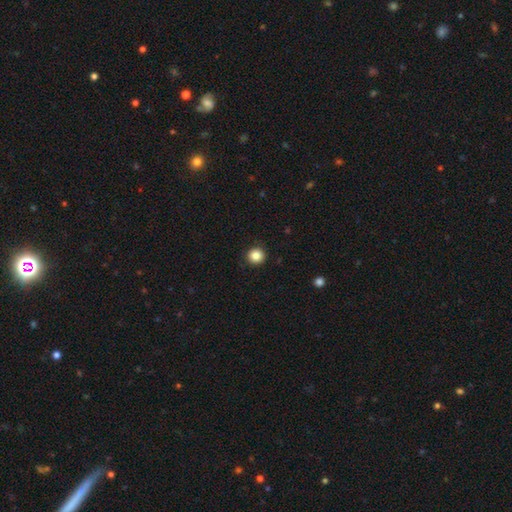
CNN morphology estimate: Smooth or featured? smooth (86%)
How rounded? round (94%)
Merging? none (92%)